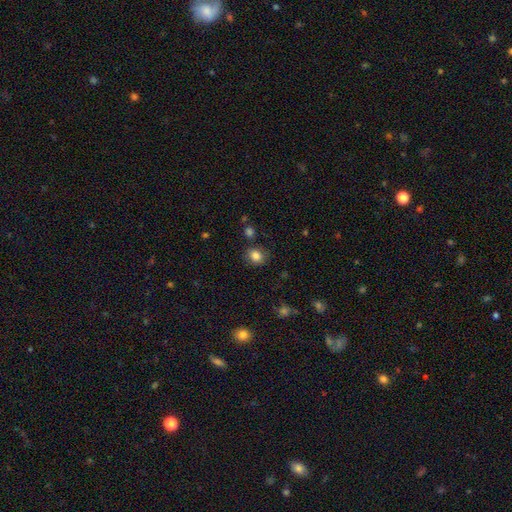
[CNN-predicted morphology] smooth_or_featured: smooth (p=0.83) [alt: star or artifact p=0.11]
how_rounded: round (p=0.66) [alt: in between p=0.33]
merging: none (p=0.81) [alt: minor disturbance p=0.12]